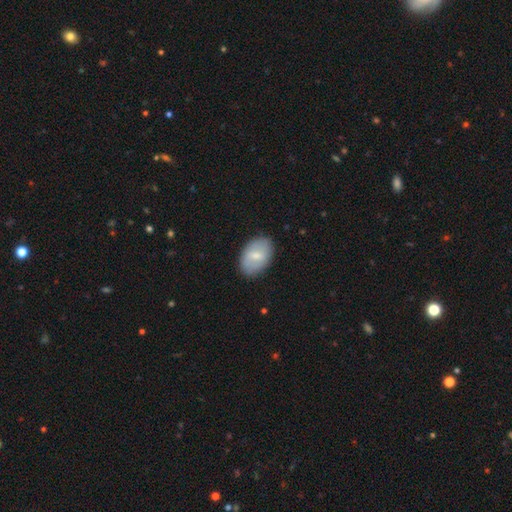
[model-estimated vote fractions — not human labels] A smooth galaxy with no disk features (66%) that is in between round and cigar-shaped (90%).

Vote fractions:
- Smooth or featured? smooth: 66% / featured or disk: 28% / star or artifact: 6%
- How rounded? in between: 90% / round: 9% / cigar-shaped: 1%
- Merging? none: 84% / minor disturbance: 12% / major disturbance: 3% / merger: 1%